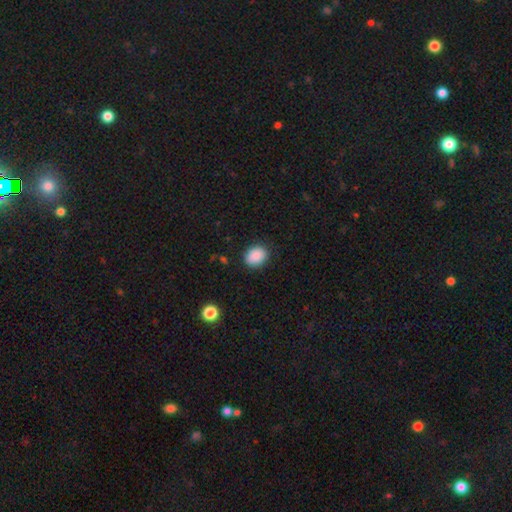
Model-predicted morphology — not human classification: Q: Smooth or featured?
A: smooth (89%); runner-up: star or artifact (8%)
Q: How rounded?
A: in between (51%); runner-up: round (48%)
Q: Merging?
A: none (85%); runner-up: minor disturbance (11%)